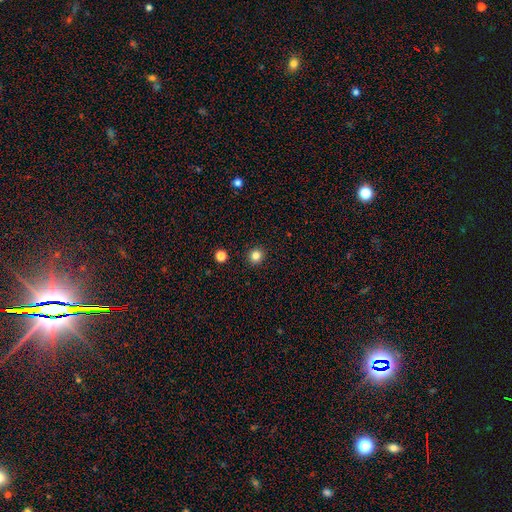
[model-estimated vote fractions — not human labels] This is clearly a smooth galaxy (82%). How rounded: clearly round (93%). Merging: clearly none (93%).